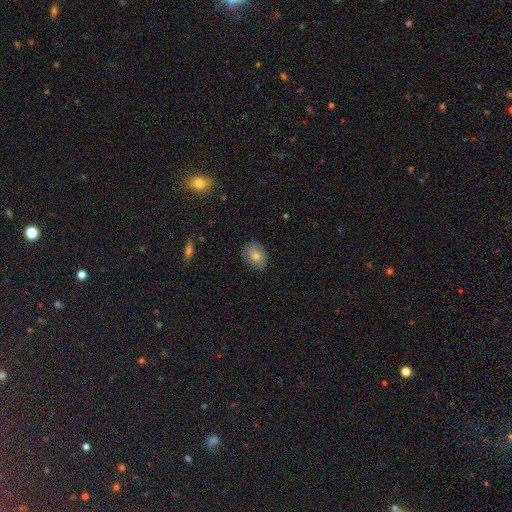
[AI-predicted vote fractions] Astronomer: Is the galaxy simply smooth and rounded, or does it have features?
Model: smooth — 74%.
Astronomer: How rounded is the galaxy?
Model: in between — 67%.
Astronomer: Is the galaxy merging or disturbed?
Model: none — 87%.